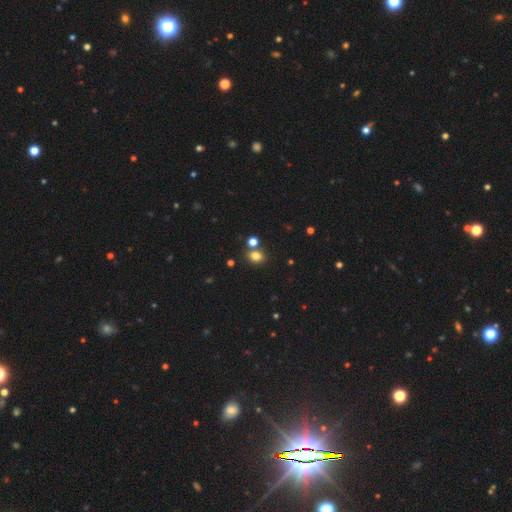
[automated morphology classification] The model was most divided on "how rounded": round: 56%, in between: 43%, cigar-shaped: 1%. More confident: smooth or featured — smooth (78%); merging — none (68%).